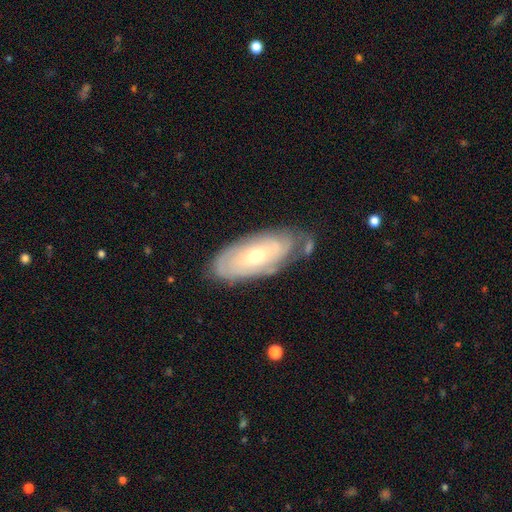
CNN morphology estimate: type=featured or disk (69%); edge-on=no (89%); bar=no (68%); spiral arms=yes (77%); bulge=moderate (49%); merging=none (66%).